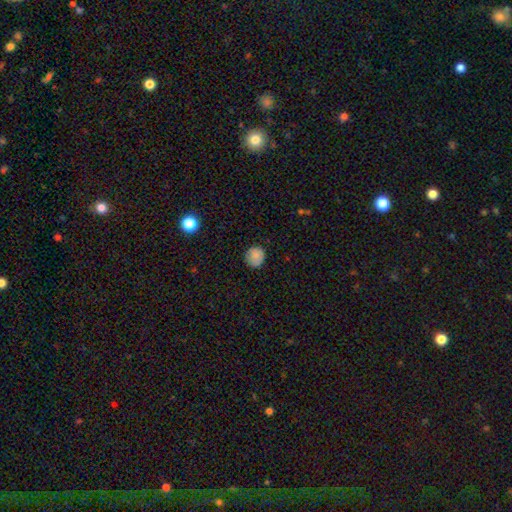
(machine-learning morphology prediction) This is clearly a smooth galaxy (81%). How rounded: clearly round (90%). Merging: clearly none (82%).